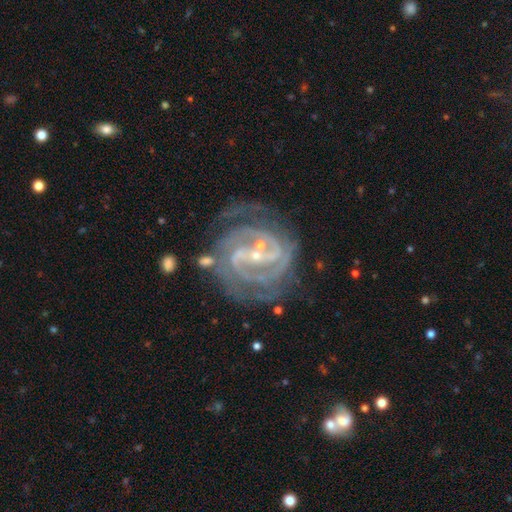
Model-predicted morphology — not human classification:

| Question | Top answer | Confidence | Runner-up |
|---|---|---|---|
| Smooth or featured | featured or disk | 91% | star or artifact (6%) |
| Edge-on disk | no | 97% | yes (3%) |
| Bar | strong | 45% | weak (36%) |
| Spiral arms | yes | 98% | no (2%) |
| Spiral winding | tight | 64% | medium (31%) |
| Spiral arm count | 2 | 39% | 3 (22%) |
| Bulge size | small | 80% | moderate (14%) |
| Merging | none | 64% | minor disturbance (18%) |